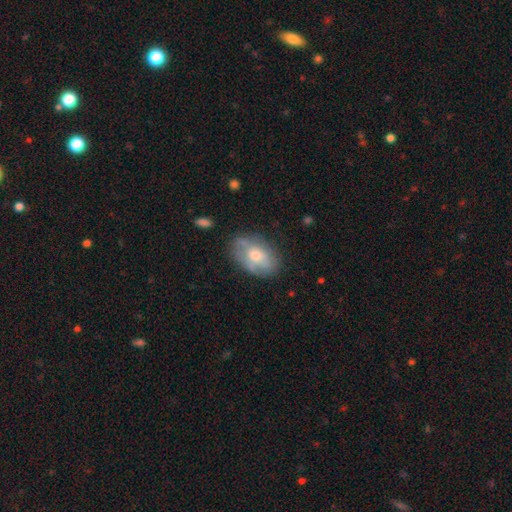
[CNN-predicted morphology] type=smooth (53%); roundness=in between (86%); merging=none (68%).